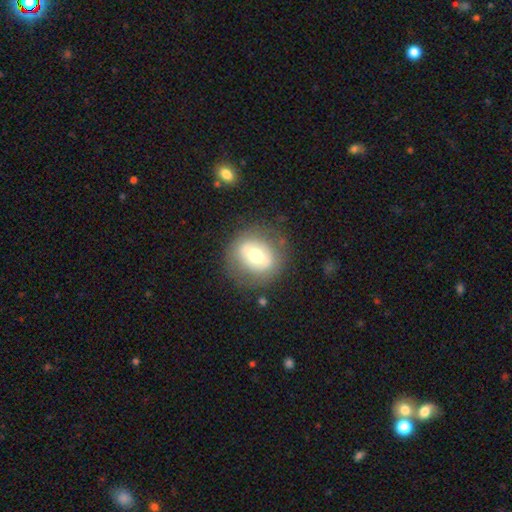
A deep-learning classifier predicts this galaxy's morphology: A smooth galaxy with no disk features (49%). Merging: none (78%).